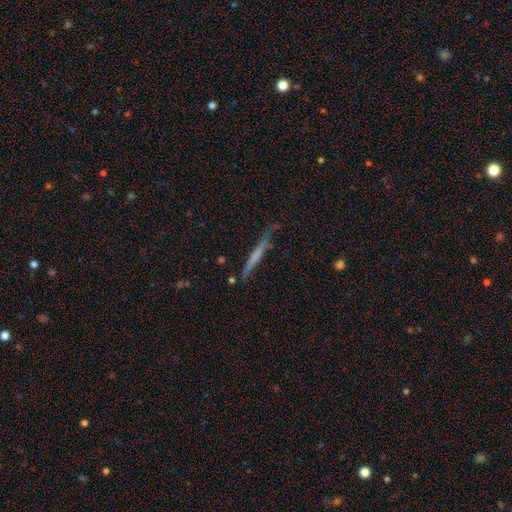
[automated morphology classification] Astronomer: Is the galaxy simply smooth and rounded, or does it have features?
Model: smooth — 52% (runner-up: featured or disk, 42%).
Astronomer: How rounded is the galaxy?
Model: cigar-shaped — 96%.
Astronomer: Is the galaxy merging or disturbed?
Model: none — 76%.